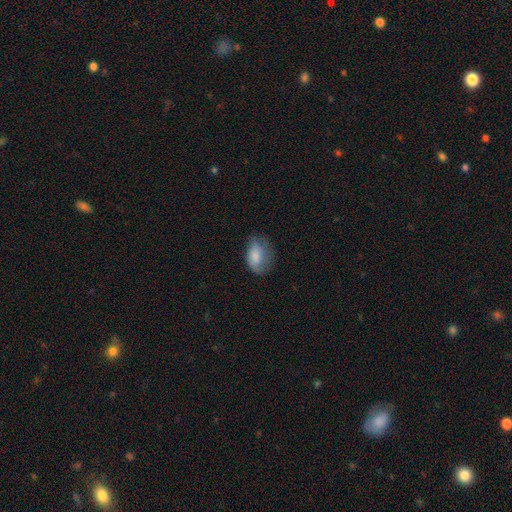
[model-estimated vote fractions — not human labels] Smooth or featured: smooth — 77% (featured or disk — 16%)
How rounded: in between — 88% (round — 11%)
Merging: none — 51% (minor disturbance — 32%)